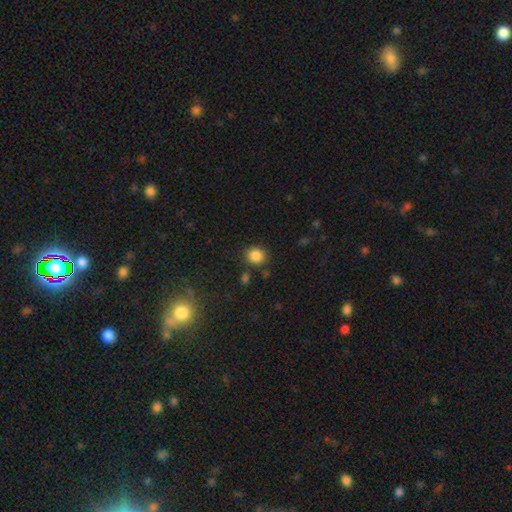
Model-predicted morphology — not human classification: A smooth galaxy with no disk features (86%) that is round (82%). Merging: none (83%).